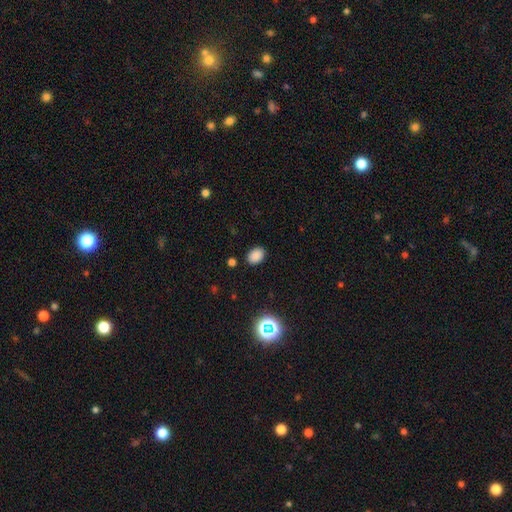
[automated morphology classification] Smooth or featured?
  - smooth: 83% *
  - star or artifact: 13%
  - featured or disk: 4%
How rounded?
  - in between: 74% *
  - round: 25%
  - cigar-shaped: 1%
Merging?
  - none: 86% *
  - minor disturbance: 10%
  - major disturbance: 3%
  - merger: 2%